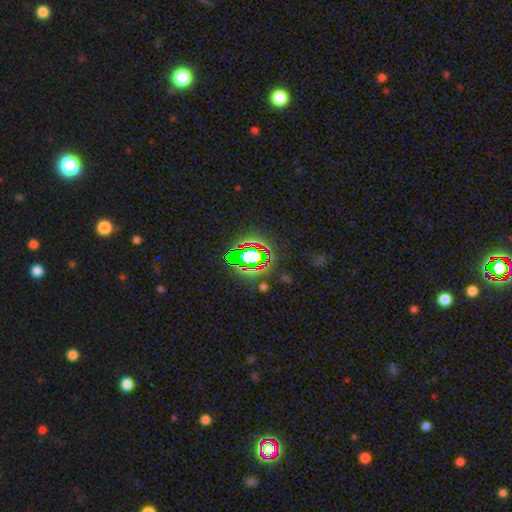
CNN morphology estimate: A star or artifact, not a galaxy (63%).

Vote fractions:
- Smooth or featured? star or artifact: 63% / smooth: 20% / featured or disk: 17%